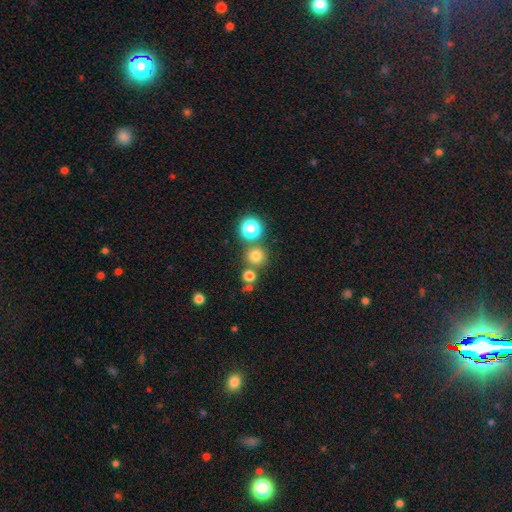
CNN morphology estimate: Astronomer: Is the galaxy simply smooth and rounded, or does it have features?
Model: smooth — 73%.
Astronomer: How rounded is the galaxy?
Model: round — 93%.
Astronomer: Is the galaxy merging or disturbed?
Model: none — 73%.